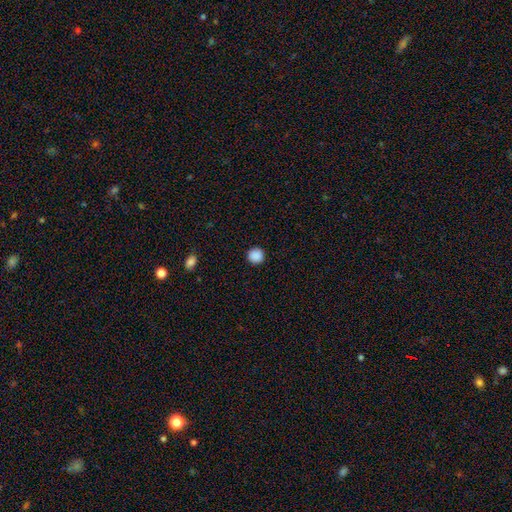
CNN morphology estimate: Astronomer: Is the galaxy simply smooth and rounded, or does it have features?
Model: smooth — 89%.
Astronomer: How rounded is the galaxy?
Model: round — 95%.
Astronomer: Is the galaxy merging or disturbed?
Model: none — 93%.